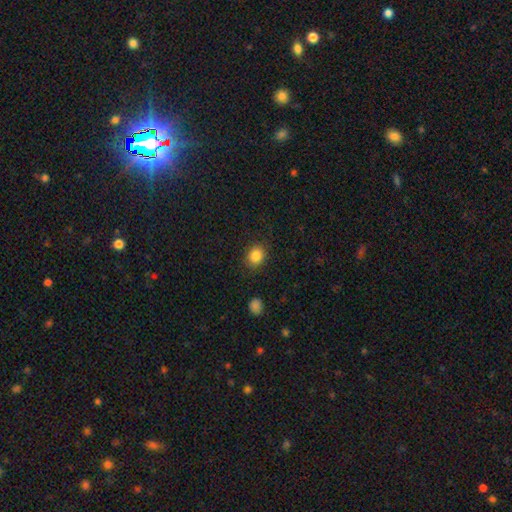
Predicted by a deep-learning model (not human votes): Smooth or featured? Predicted: smooth (p=0.85). How rounded? Predicted: round (p=0.66). Merging? Predicted: none (p=0.86).